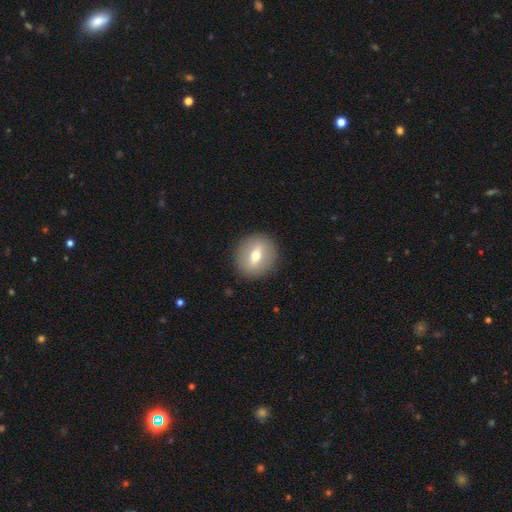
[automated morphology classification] The model was most divided on "smooth or featured": smooth: 51%, featured or disk: 41%, star or artifact: 8%. More confident: merging — none (89%); how rounded — round (77%).